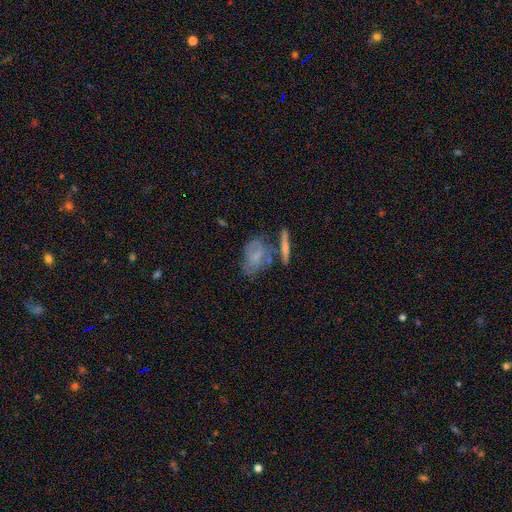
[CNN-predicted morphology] The model was most divided on "smooth or featured": smooth: 51%, featured or disk: 39%, star or artifact: 11%. Remaining: how rounded — in between (79%); merging — none (41%).